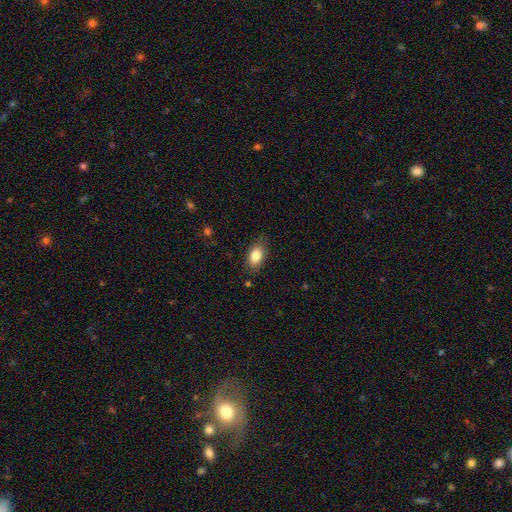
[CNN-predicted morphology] Q: Smooth or featured?
A: smooth (84%); runner-up: featured or disk (9%)
Q: How rounded?
A: in between (90%); runner-up: round (7%)
Q: Merging?
A: none (81%); runner-up: minor disturbance (14%)